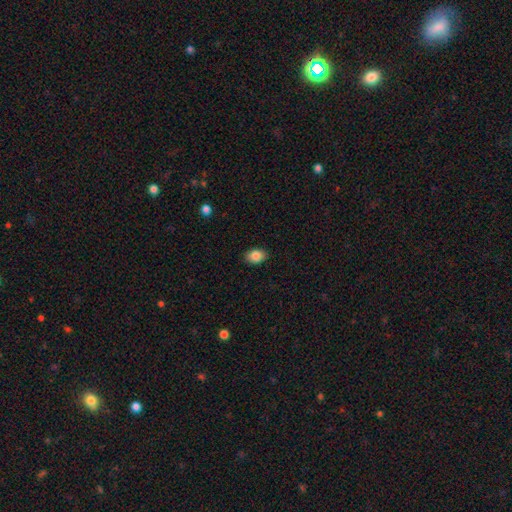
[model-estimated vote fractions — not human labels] This is clearly a smooth galaxy (86%). How rounded: likely in between (80%). Merging: clearly none (88%).